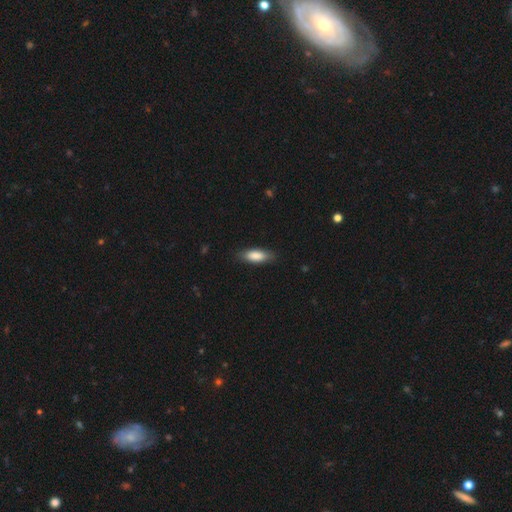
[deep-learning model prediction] Smooth or featured?
  - smooth: 84% *
  - featured or disk: 10%
  - star or artifact: 6%
How rounded?
  - in between: 69% *
  - cigar-shaped: 29%
  - round: 2%
Merging?
  - none: 83% *
  - minor disturbance: 13%
  - major disturbance: 3%
  - merger: 1%